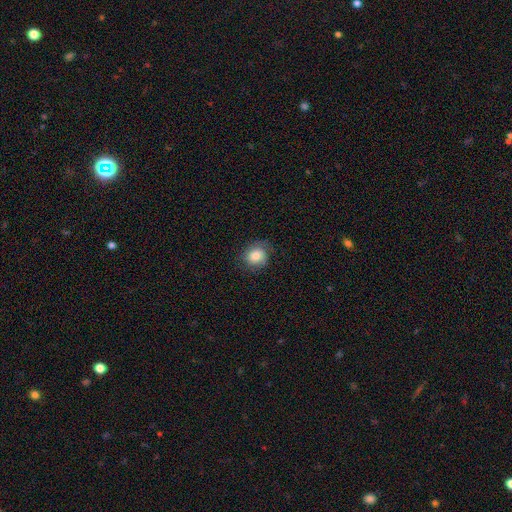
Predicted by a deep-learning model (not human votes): smooth-or-featured: smooth: 74% | featured or disk: 17% | star or artifact: 9%
  how-rounded: round: 74% | in between: 25% | cigar-shaped: 1%
  merging: none: 68% | minor disturbance: 22% | major disturbance: 9% | merger: 1%